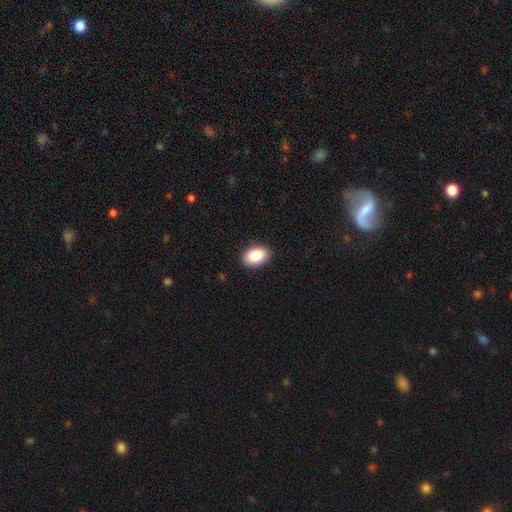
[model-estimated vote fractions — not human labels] Overall: smooth (89%). How rounded: in between (88%). Merging: none (90%).